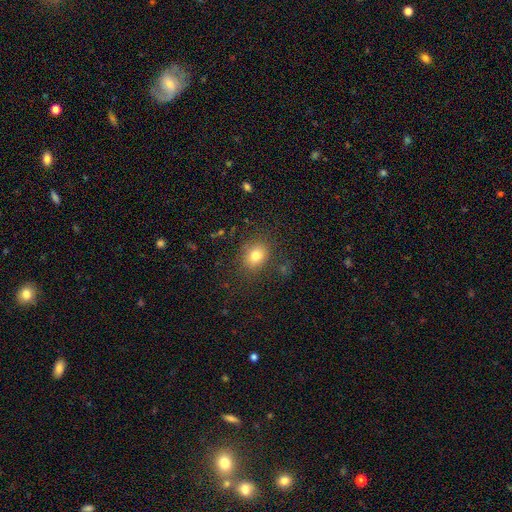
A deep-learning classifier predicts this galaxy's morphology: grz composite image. It shows a smooth galaxy with no disk features (78%) that is round (52%). Merging: none (81%).